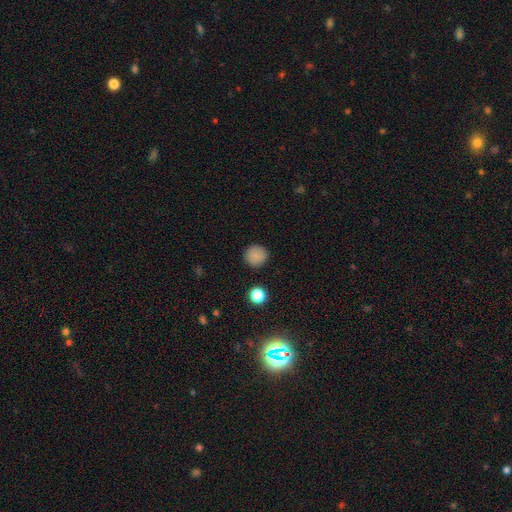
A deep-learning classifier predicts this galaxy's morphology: A smooth galaxy with no disk features (86%) that is round (94%).

Vote fractions:
- Smooth or featured? smooth: 86% / star or artifact: 11% / featured or disk: 3%
- How rounded? round: 94% / in between: 5% / cigar-shaped: 1%
- Merging? none: 90% / minor disturbance: 7% / major disturbance: 2% / merger: 1%